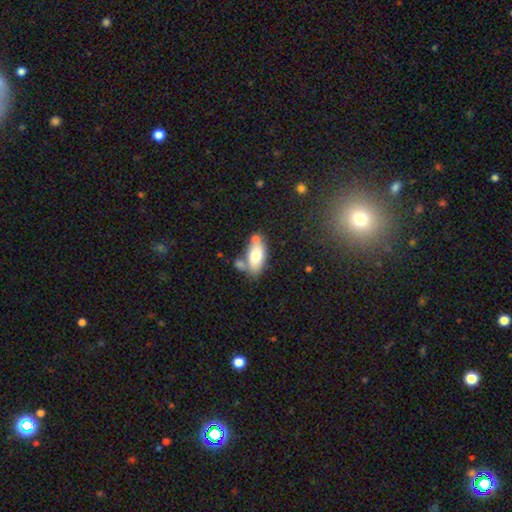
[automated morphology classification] A smooth galaxy with no disk features (69%) that is in between round and cigar-shaped (88%).

Vote fractions:
- Smooth or featured? smooth: 69% / featured or disk: 24% / star or artifact: 7%
- How rounded? in between: 88% / cigar-shaped: 8% / round: 4%
- Merging? none: 53% / merger: 25% / minor disturbance: 17% / major disturbance: 5%